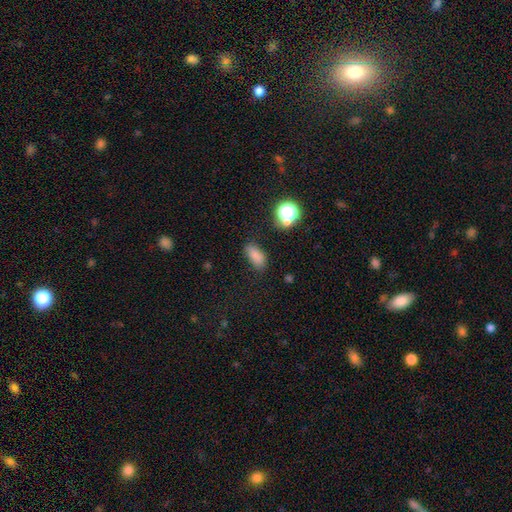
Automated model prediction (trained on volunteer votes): Q: Smooth or featured?
A: smooth (80%); runner-up: star or artifact (14%)
Q: How rounded?
A: in between (85%); runner-up: cigar-shaped (8%)
Q: Merging?
A: none (75%); runner-up: minor disturbance (17%)